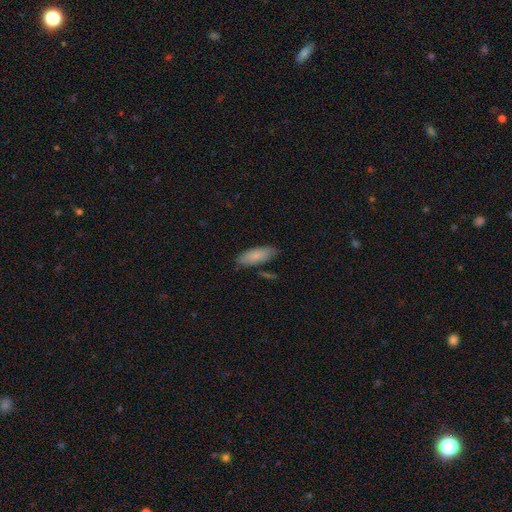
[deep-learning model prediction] smooth-or-featured: smooth: 80% | featured or disk: 14% | star or artifact: 6%
  how-rounded: in between: 73% | cigar-shaped: 25% | round: 2%
  merging: none: 77% | minor disturbance: 16% | merger: 4% | major disturbance: 3%